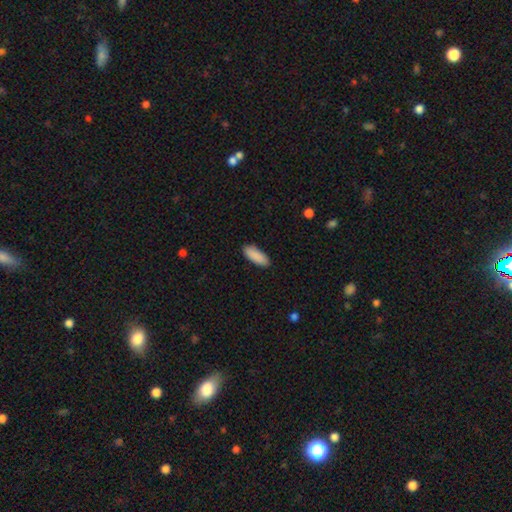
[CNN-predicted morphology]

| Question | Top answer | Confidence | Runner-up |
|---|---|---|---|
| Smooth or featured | smooth | 90% | star or artifact (6%) |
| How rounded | in between | 69% | cigar-shaped (29%) |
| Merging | none | 89% | minor disturbance (9%) |